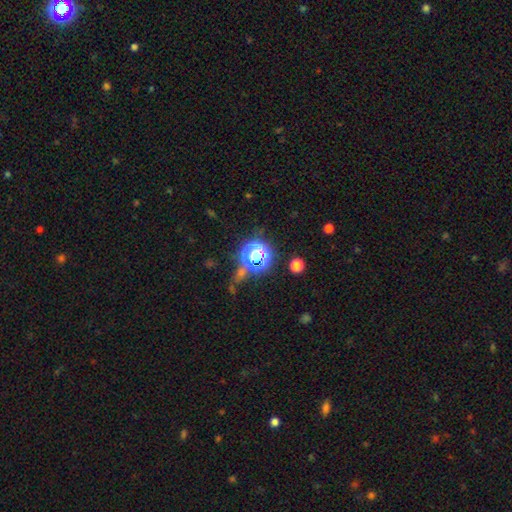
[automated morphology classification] Overall: star or artifact (70%).